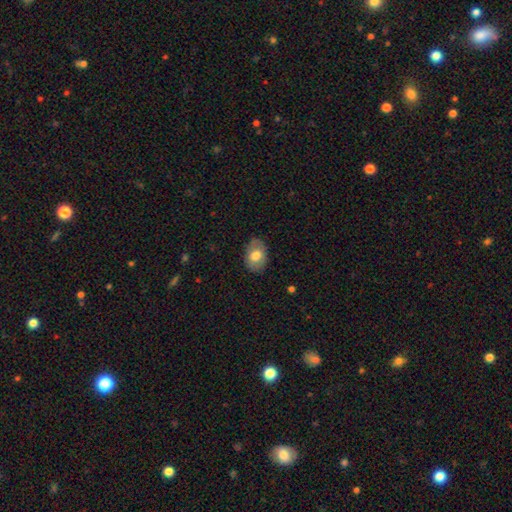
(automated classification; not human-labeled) Smooth or featured? Predicted: smooth (p=0.72). How rounded? Predicted: in between (p=0.80). Merging? Predicted: none (p=0.83).